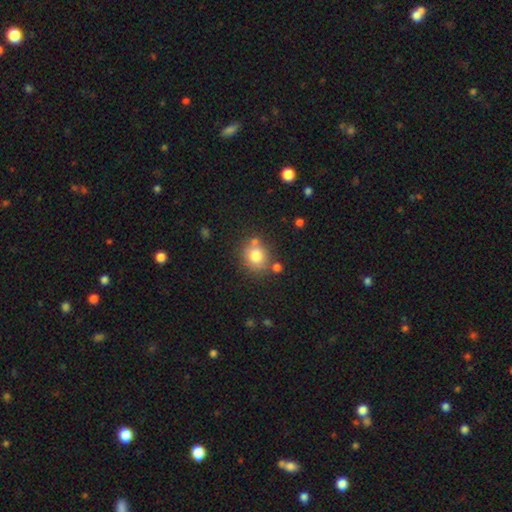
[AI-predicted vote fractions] Smooth or featured: smooth — 79% (star or artifact — 11%)
How rounded: round — 76% (in between — 23%)
Merging: none — 70% (merger — 14%)